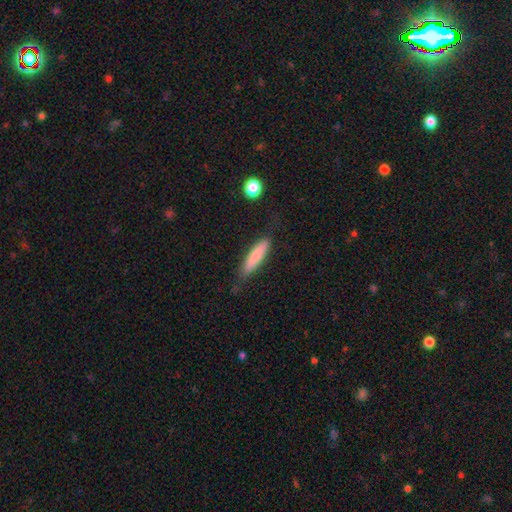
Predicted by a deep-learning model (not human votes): Smooth or featured: smooth — 80% (featured or disk — 14%)
How rounded: cigar-shaped — 81% (in between — 18%)
Merging: none — 78% (minor disturbance — 16%)